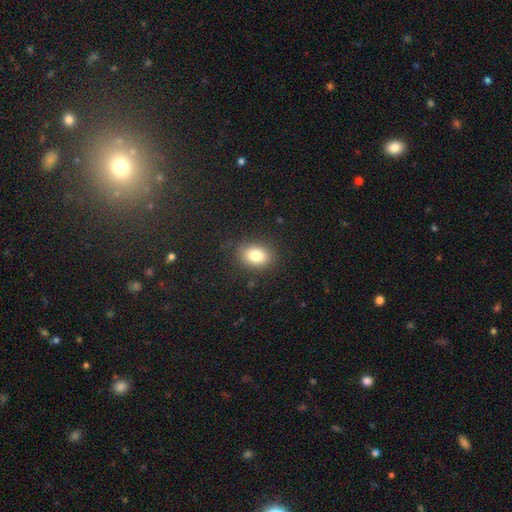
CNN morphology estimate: Overall: smooth (81%). How rounded: in between (71%). Merging: none (85%).